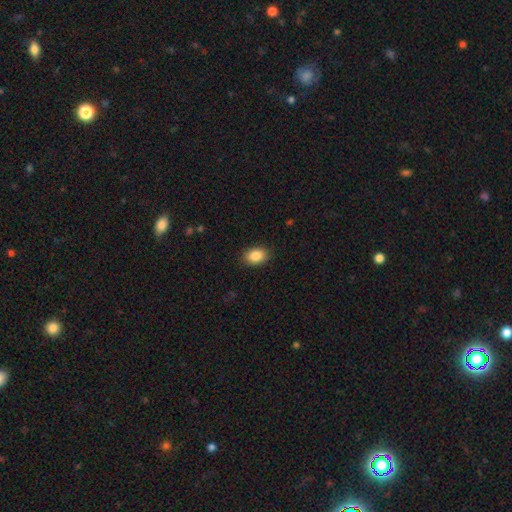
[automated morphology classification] This appears to be a smooth galaxy with no disk features (87%) that is in between round and cigar-shaped (79%). Merging: none (88%).